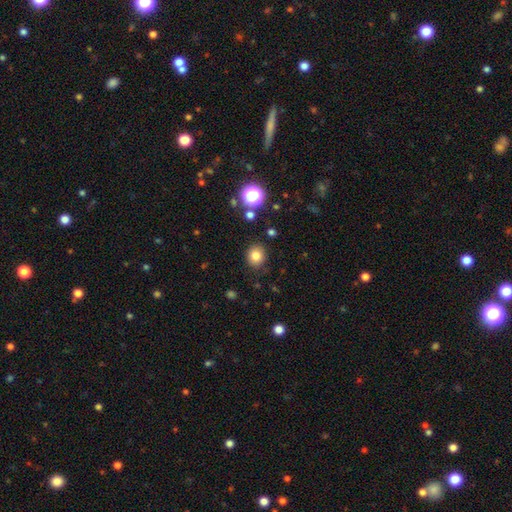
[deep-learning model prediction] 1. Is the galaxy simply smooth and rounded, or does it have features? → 80% smooth, 13% star or artifact, 7% featured or disk.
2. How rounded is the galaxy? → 75% round, 24% in between, 1% cigar-shaped.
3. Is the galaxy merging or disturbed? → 87% none, 9% minor disturbance, 3% major disturbance, 2% merger.